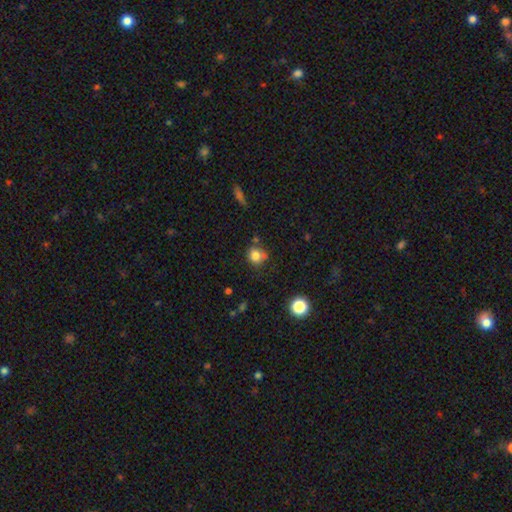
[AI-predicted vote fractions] This is likely a smooth galaxy (80%). How rounded: likely round (79%). Merging: likely none (61%).